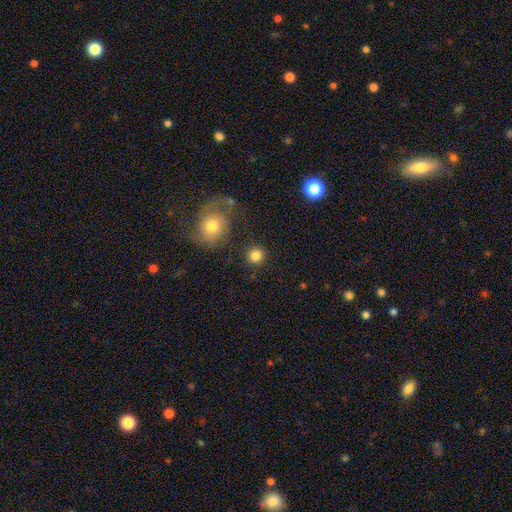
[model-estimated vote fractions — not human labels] smooth-or-featured: smooth: 84% | star or artifact: 11% | featured or disk: 5%
  how-rounded: round: 92% | in between: 7% | cigar-shaped: 1%
  merging: none: 86% | minor disturbance: 7% | merger: 4% | major disturbance: 3%